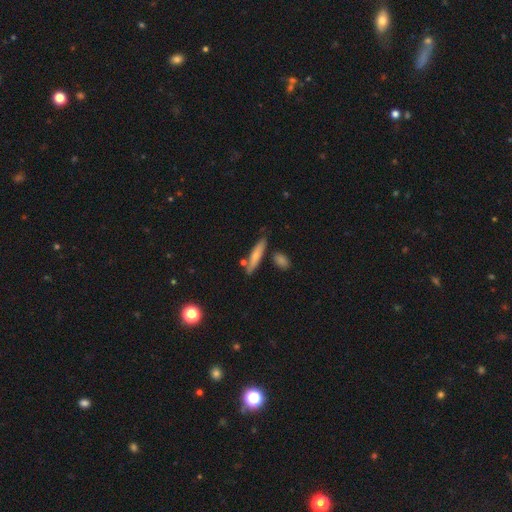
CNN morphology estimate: This appears to be a smooth galaxy with no disk features (69%) that is cigar-shaped (83%). Merging: none (76%).